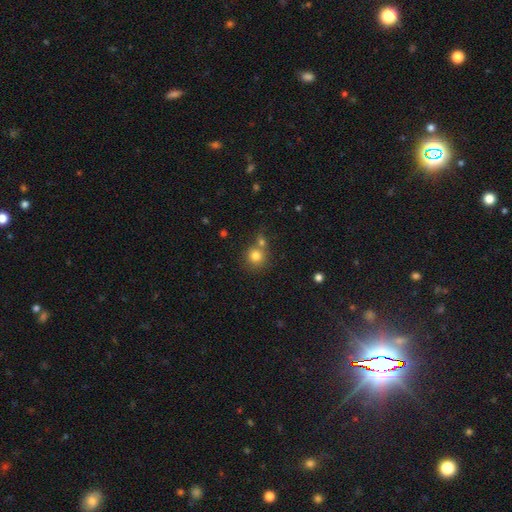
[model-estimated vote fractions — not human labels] A smooth galaxy with no disk features (78%) that is round (89%).

Vote fractions:
- Smooth or featured? smooth: 78% / star or artifact: 12% / featured or disk: 9%
- How rounded? round: 89% / in between: 10% / cigar-shaped: 1%
- Merging? none: 58% / merger: 30% / minor disturbance: 9% / major disturbance: 3%